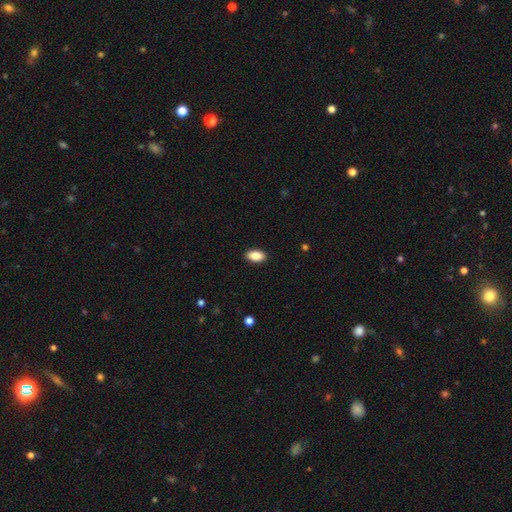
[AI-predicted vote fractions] Smooth or featured: smooth — 88% (star or artifact — 7%)
How rounded: in between — 93% (round — 4%)
Merging: none — 90% (minor disturbance — 7%)